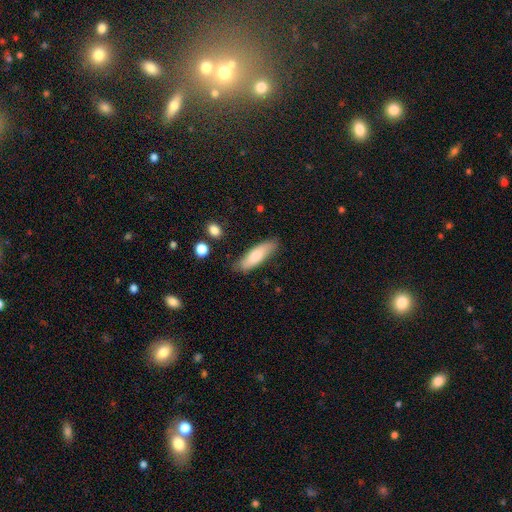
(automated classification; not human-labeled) smooth-or-featured: smooth: 77% | featured or disk: 17% | star or artifact: 6%
  how-rounded: cigar-shaped: 52% | in between: 46% | round: 2%
  merging: none: 78% | minor disturbance: 17% | major disturbance: 3% | merger: 2%